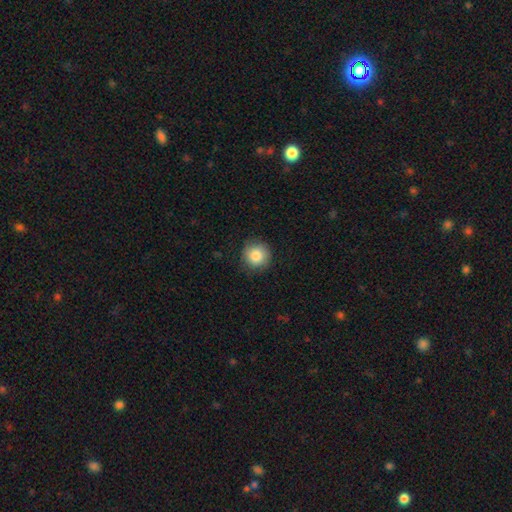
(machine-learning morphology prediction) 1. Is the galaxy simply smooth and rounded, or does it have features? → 85% smooth, 9% star or artifact, 7% featured or disk.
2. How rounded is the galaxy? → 93% round, 6% in between, 1% cigar-shaped.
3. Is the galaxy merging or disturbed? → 87% none, 10% minor disturbance, 3% major disturbance, 1% merger.